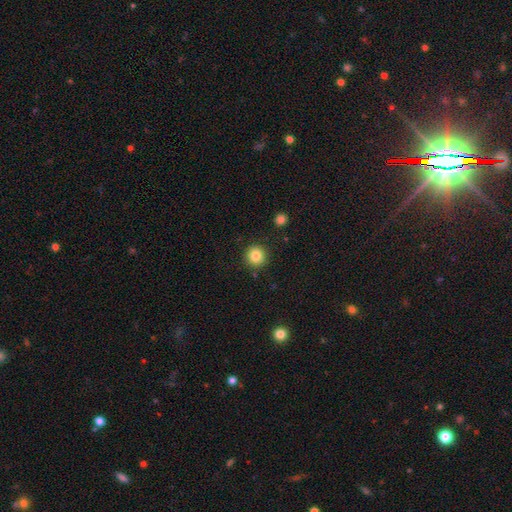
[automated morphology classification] This appears to be a smooth galaxy with no disk features (84%) that is round (94%). Merging: none (89%).